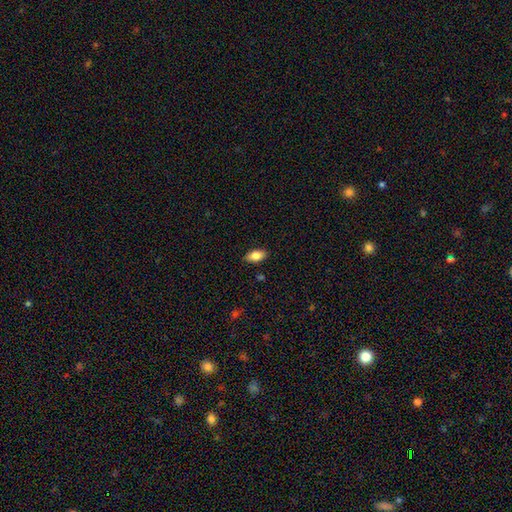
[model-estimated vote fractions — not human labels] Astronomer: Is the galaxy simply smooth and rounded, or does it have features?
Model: smooth — 83%.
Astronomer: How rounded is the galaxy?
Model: in between — 92%.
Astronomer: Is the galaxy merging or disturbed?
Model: none — 88%.